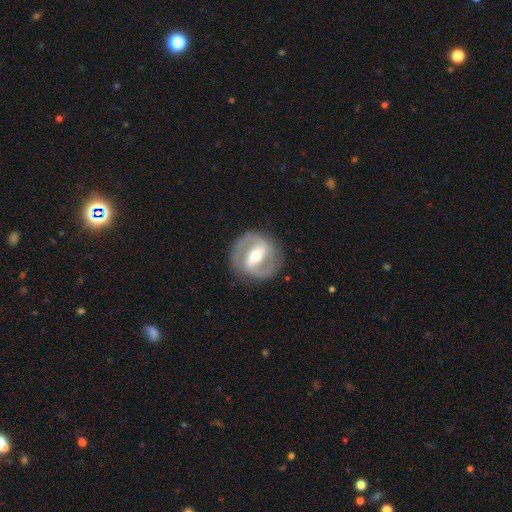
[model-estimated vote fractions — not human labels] Morphology: type=featured or disk (84%); edge-on=no (96%); bar=strong (56%); spiral arms=yes (85%); winding=medium (49%); arm count=2 (90%); bulge=moderate (70%); merging=none (86%).